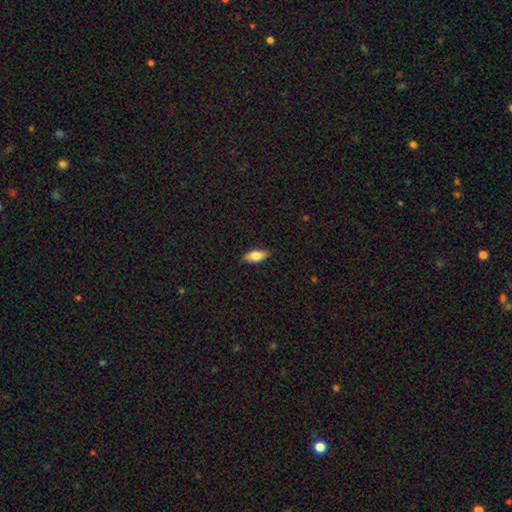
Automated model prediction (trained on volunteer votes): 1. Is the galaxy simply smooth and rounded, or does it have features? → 78% smooth, 15% featured or disk, 7% star or artifact.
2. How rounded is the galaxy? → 84% in between, 13% cigar-shaped, 3% round.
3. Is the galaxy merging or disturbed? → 87% none, 10% minor disturbance, 2% major disturbance, 1% merger.